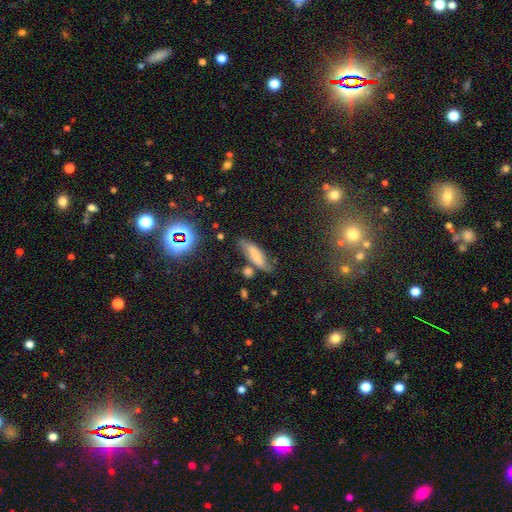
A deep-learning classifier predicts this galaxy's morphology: The model was most divided on "how rounded": cigar-shaped: 57%, in between: 40%, round: 2%. More confident: smooth or featured — smooth (64%); merging — none (63%).